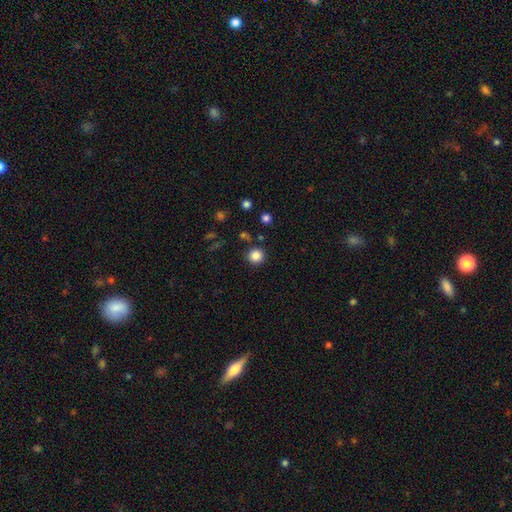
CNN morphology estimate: smooth-or-featured: smooth: 85% | star or artifact: 11% | featured or disk: 4%
  how-rounded: round: 94% | in between: 5% | cigar-shaped: 1%
  merging: none: 87% | minor disturbance: 7% | merger: 4% | major disturbance: 2%